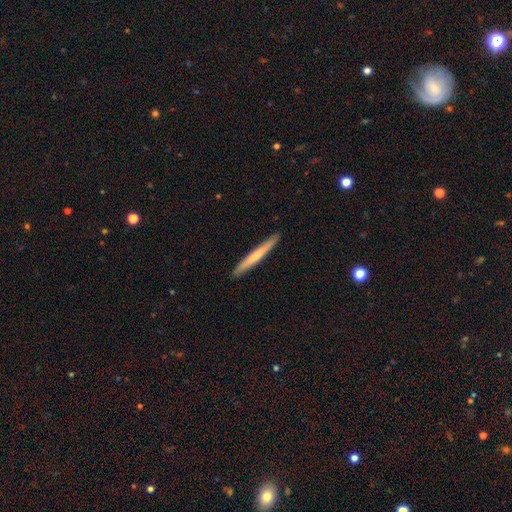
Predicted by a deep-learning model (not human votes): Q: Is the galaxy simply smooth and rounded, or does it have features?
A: smooth — 59%.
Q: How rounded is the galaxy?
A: cigar-shaped — 97%.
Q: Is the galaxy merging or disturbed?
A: none — 91%.